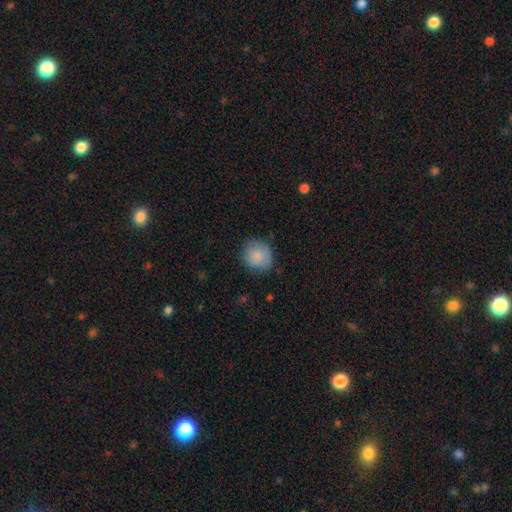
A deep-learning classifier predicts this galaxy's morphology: Q: Smooth or featured?
A: smooth (85%); runner-up: featured or disk (8%)
Q: How rounded?
A: round (84%); runner-up: in between (15%)
Q: Merging?
A: none (78%); runner-up: minor disturbance (17%)